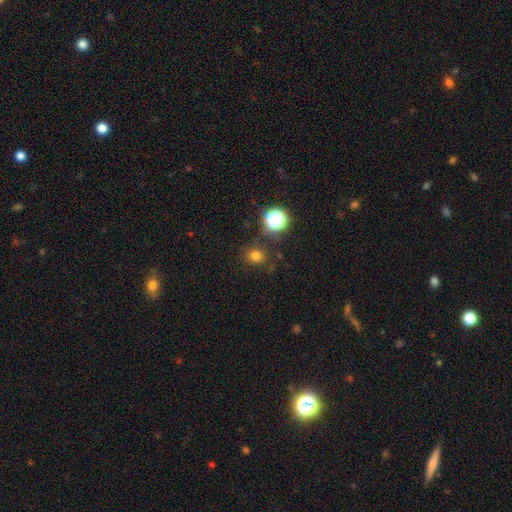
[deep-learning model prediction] A smooth galaxy with no disk features (74%) that is round (84%). Merging: none (83%).